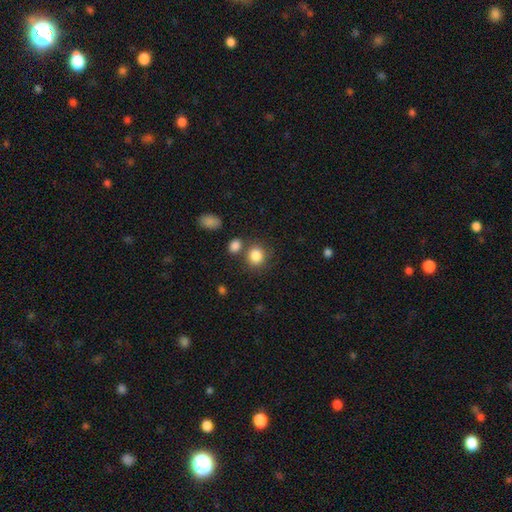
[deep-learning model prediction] smooth 85%, star or artifact 10%, featured or disk 5%. Down the decision tree: how rounded — round (77%); merging — none (70%).